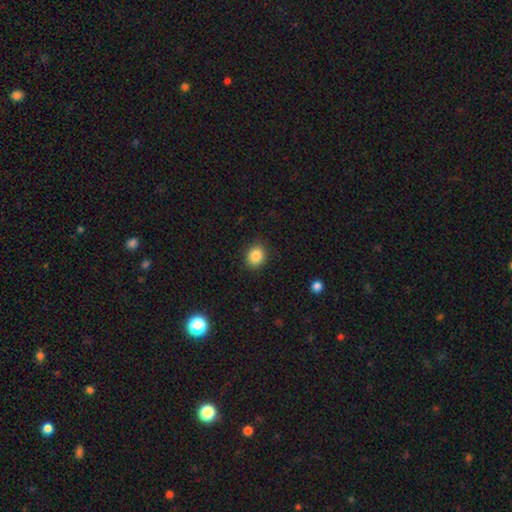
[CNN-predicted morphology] Smooth or featured? smooth (86%)
How rounded? round (64%)
Merging? none (87%)